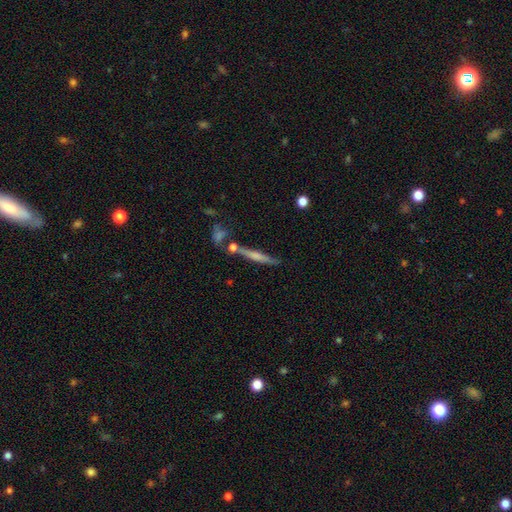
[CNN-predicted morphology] The model was most divided on "smooth or featured": featured or disk: 49%, smooth: 43%, star or artifact: 8%. More confident: merging — none (70%).